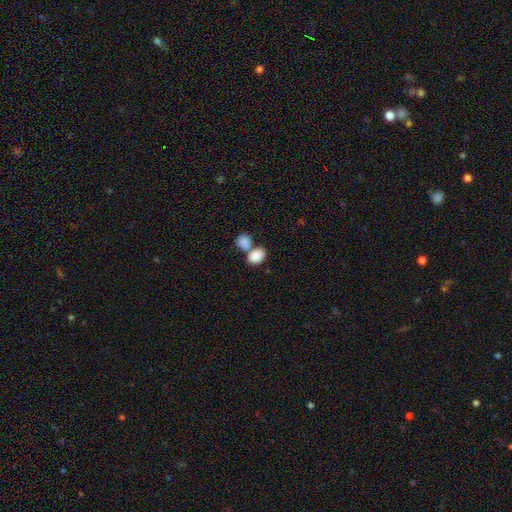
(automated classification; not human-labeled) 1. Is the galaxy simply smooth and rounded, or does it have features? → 86% smooth, 7% star or artifact, 7% featured or disk.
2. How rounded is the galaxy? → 72% in between, 26% round, 1% cigar-shaped.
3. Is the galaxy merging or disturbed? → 51% merger, 37% none, 8% minor disturbance, 4% major disturbance.